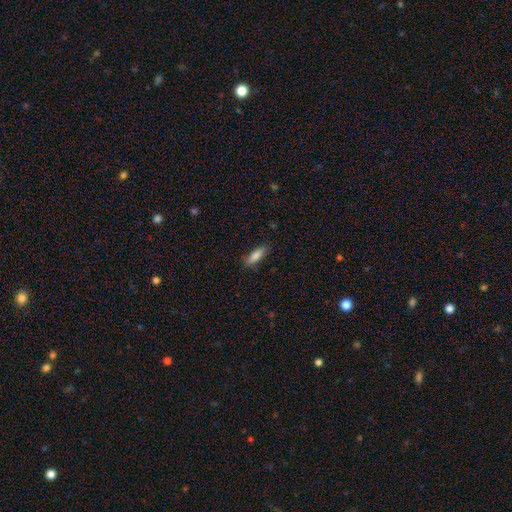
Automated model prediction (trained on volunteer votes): smooth-or-featured: smooth: 84% | featured or disk: 9% | star or artifact: 7%
  how-rounded: in between: 58% | cigar-shaped: 40% | round: 2%
  merging: none: 84% | minor disturbance: 12% | major disturbance: 3% | merger: 1%